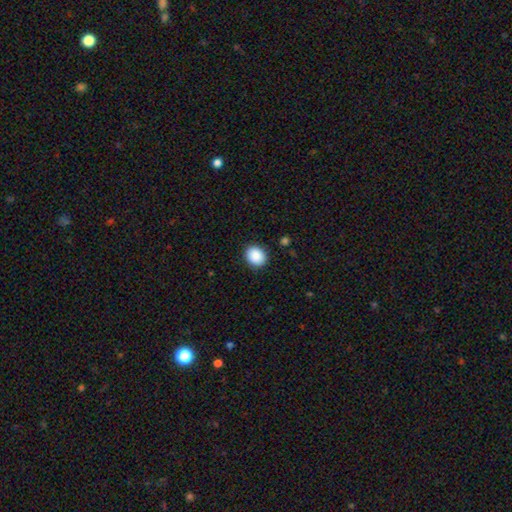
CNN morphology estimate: smooth 90%, star or artifact 8%, featured or disk 3%. Down the decision tree: how rounded — round (61%); merging — none (90%).